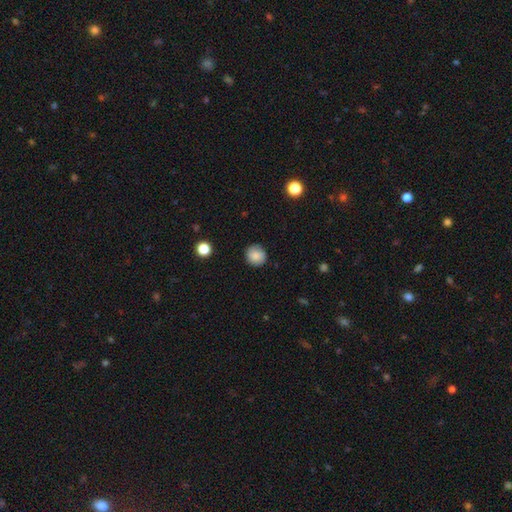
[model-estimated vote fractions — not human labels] This appears to be a smooth galaxy with no disk features (80%) that is round (90%). Merging: none (84%).